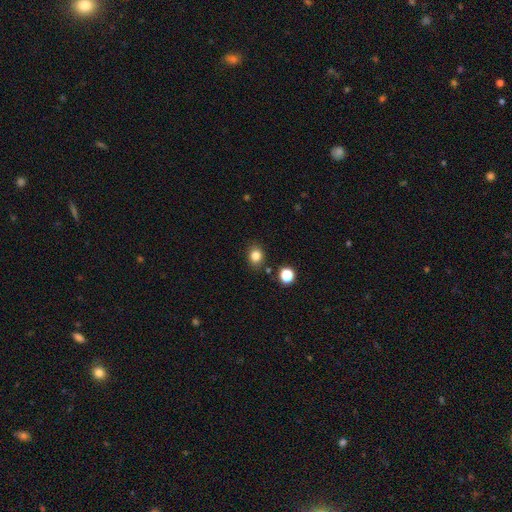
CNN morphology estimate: Smooth or featured: smooth — 83% (star or artifact — 12%)
How rounded: round — 64% (in between — 35%)
Merging: none — 84% (minor disturbance — 10%)